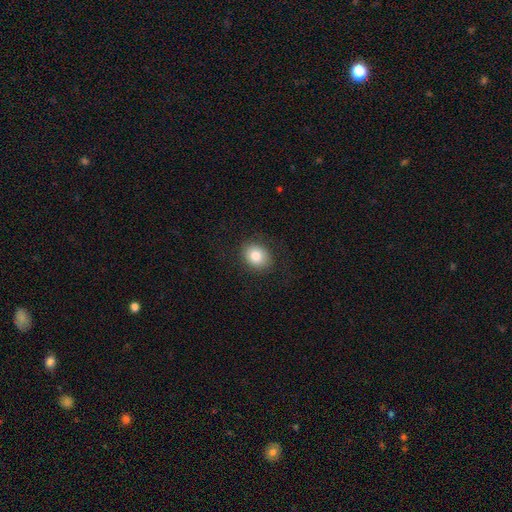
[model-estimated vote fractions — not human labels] Q: Smooth or featured?
A: smooth (83%); runner-up: star or artifact (9%)
Q: How rounded?
A: round (52%); runner-up: in between (47%)
Q: Merging?
A: none (85%); runner-up: minor disturbance (10%)